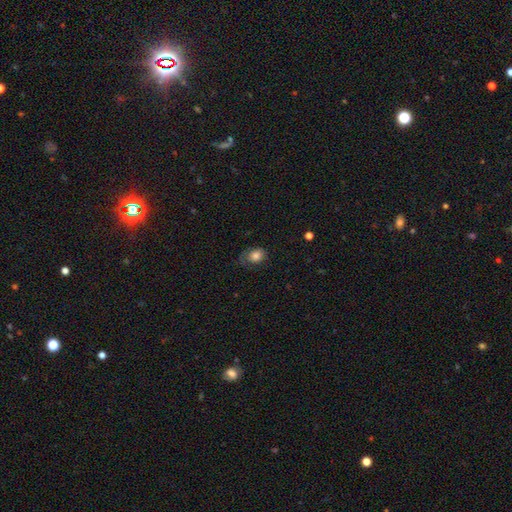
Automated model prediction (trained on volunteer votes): Smooth or featured?
  - smooth: 76% *
  - featured or disk: 15%
  - star or artifact: 9%
How rounded?
  - in between: 65% *
  - round: 34%
  - cigar-shaped: 1%
Merging?
  - none: 51% *
  - minor disturbance: 29%
  - major disturbance: 19%
  - merger: 2%